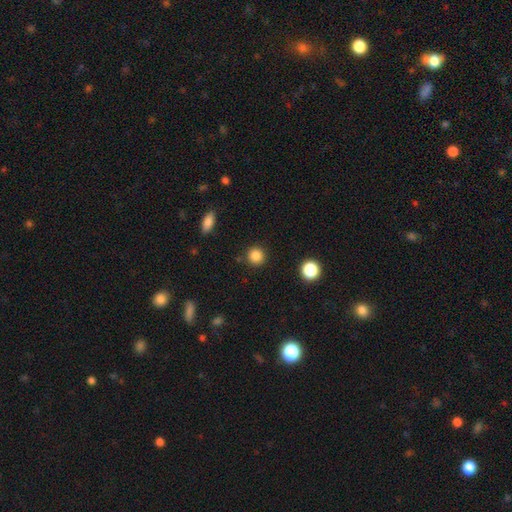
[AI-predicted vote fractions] Smooth or featured?
  - smooth: 86% *
  - star or artifact: 11%
  - featured or disk: 3%
How rounded?
  - round: 93% *
  - in between: 6%
  - cigar-shaped: 1%
Merging?
  - none: 89% *
  - minor disturbance: 7%
  - major disturbance: 2%
  - merger: 2%